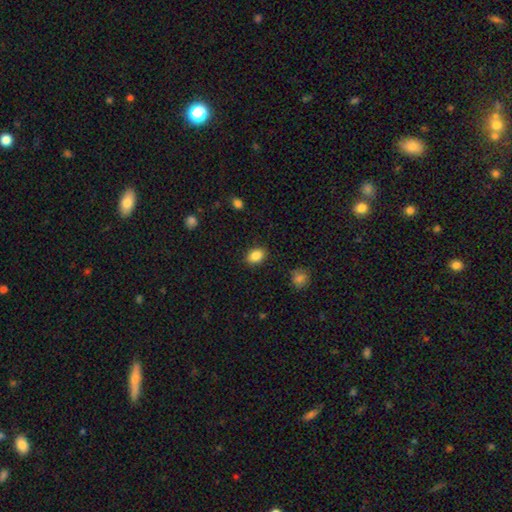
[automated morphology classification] A smooth galaxy with no disk features (87%) that is in between round and cigar-shaped (75%).

Vote fractions:
- Smooth or featured? smooth: 87% / star or artifact: 9% / featured or disk: 5%
- How rounded? in between: 75% / round: 24% / cigar-shaped: 1%
- Merging? none: 88% / minor disturbance: 8% / major disturbance: 2% / merger: 1%